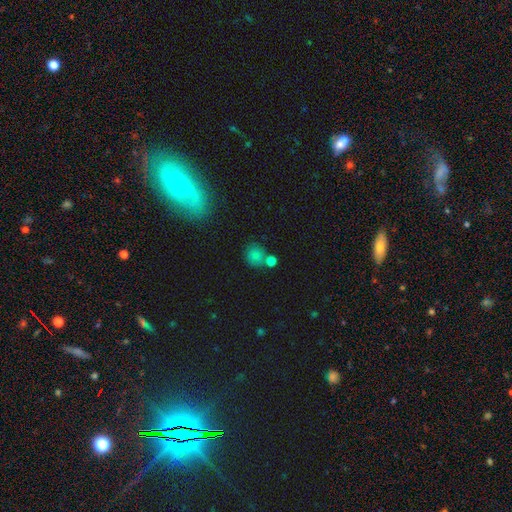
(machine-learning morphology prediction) Smooth or featured: smooth — 79% (star or artifact — 13%)
How rounded: round — 83% (in between — 16%)
Merging: none — 64% (merger — 20%)